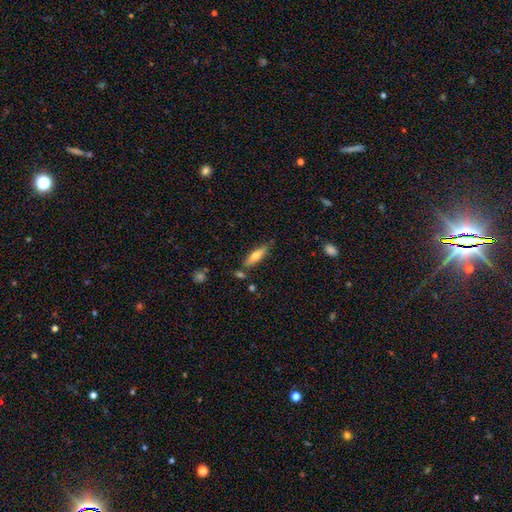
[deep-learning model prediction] smooth_or_featured: smooth (p=0.60) [alt: featured or disk p=0.33]
how_rounded: cigar-shaped (p=0.62) [alt: in between p=0.36]
merging: none (p=0.72) [alt: minor disturbance p=0.18]